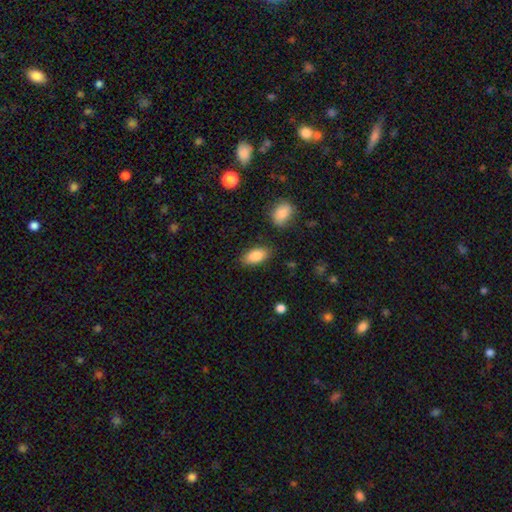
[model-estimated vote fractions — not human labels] A smooth galaxy with no disk features (86%) that is in between round and cigar-shaped (91%).

Vote fractions:
- Smooth or featured? smooth: 86% / featured or disk: 7% / star or artifact: 7%
- How rounded? in between: 91% / cigar-shaped: 5% / round: 4%
- Merging? none: 83% / minor disturbance: 12% / major disturbance: 3% / merger: 3%